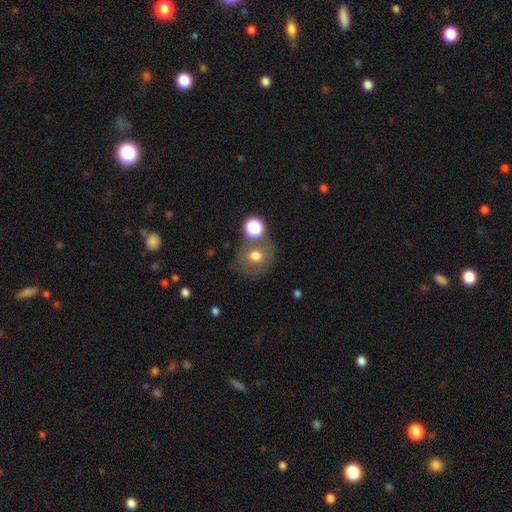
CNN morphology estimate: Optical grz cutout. It shows a smooth galaxy with no disk features (68%) that is round (73%). Merging: none (61%).